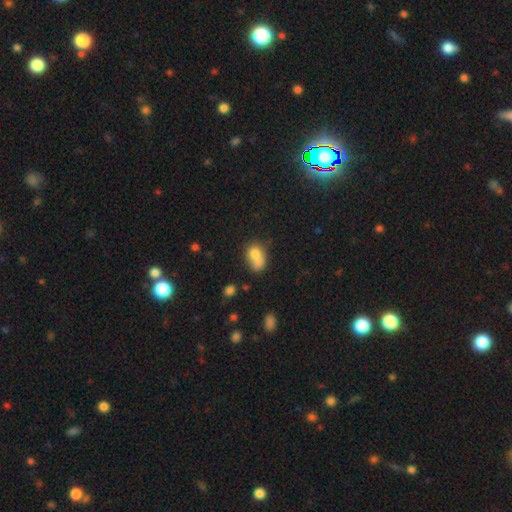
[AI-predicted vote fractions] smooth 75%, featured or disk 15%, star or artifact 10%. Down the decision tree: how rounded — in between (66%); merging — merger (46%).